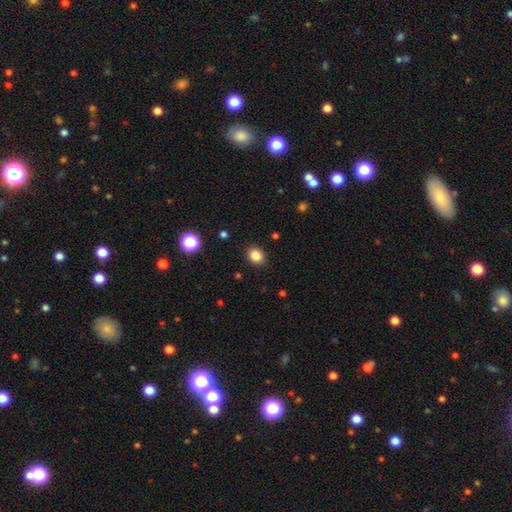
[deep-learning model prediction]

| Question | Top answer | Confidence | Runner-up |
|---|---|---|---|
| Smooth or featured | smooth | 85% | star or artifact (11%) |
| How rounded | round | 54% | in between (45%) |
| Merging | none | 89% | minor disturbance (7%) |